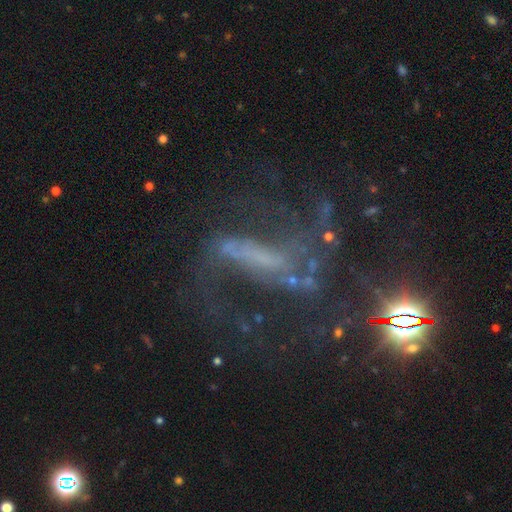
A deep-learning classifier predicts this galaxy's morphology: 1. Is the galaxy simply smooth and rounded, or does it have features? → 67% featured or disk, 23% star or artifact, 10% smooth.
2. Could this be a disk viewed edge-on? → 86% no, 14% yes.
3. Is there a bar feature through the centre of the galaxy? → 59% strong, 22% weak, 19% no.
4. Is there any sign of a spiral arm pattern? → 73% yes, 27% no.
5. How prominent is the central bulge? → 61% none, 22% small, 12% moderate, 4% large, 2% dominant.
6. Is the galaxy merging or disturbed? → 46% none, 33% major disturbance, 16% minor disturbance, 5% merger.